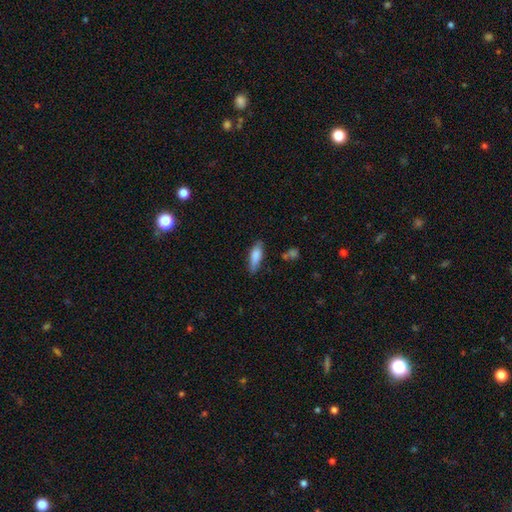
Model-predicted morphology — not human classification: Smooth or featured? Predicted: smooth (p=0.82). How rounded? Predicted: in between (p=0.58). Merging? Predicted: none (p=0.73).